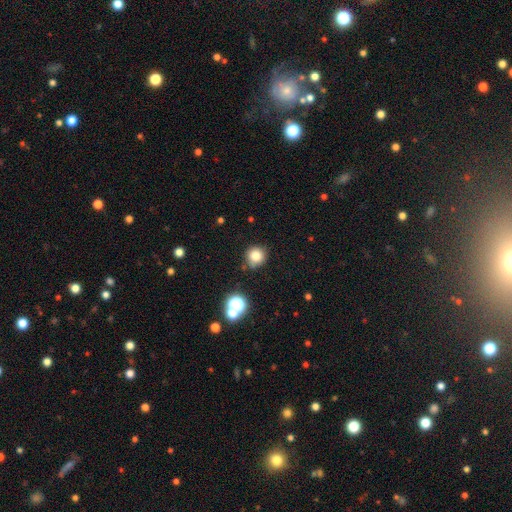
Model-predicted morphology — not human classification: Smooth or featured: smooth — 79% (star or artifact — 14%)
How rounded: round — 92% (in between — 7%)
Merging: none — 81% (minor disturbance — 11%)